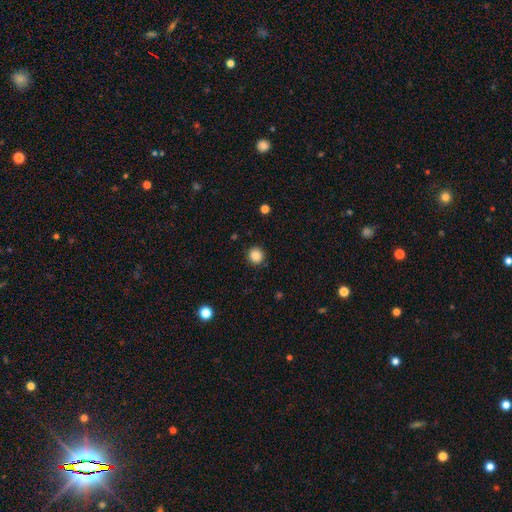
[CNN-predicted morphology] Smooth or featured: smooth — 87% (star or artifact — 10%)
How rounded: round — 91% (in between — 8%)
Merging: none — 90% (minor disturbance — 7%)